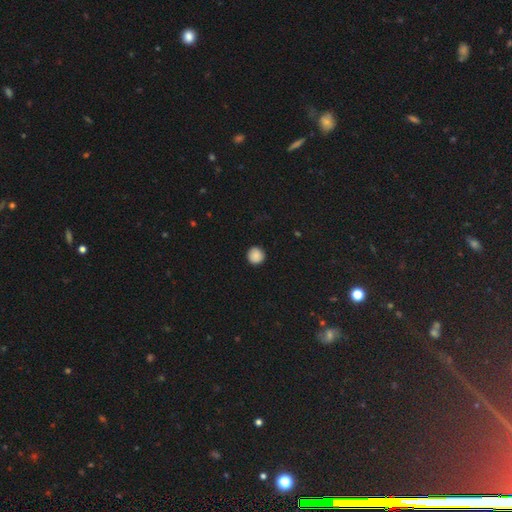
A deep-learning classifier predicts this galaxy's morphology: smooth 87%, star or artifact 9%, featured or disk 4%. Down the decision tree: how rounded — round (95%); merging — none (91%).